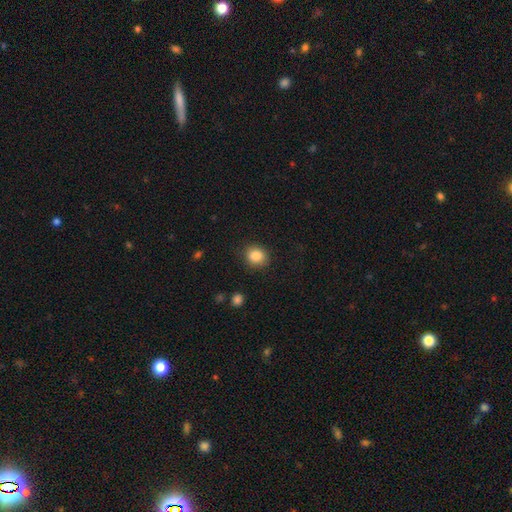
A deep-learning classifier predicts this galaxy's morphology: smooth 87%, star or artifact 9%, featured or disk 4%. Down the decision tree: how rounded — round (74%); merging — none (84%).